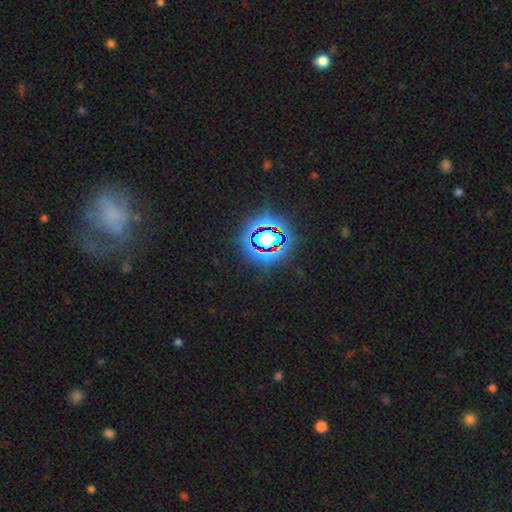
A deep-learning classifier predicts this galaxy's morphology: Overall: star or artifact (77%).